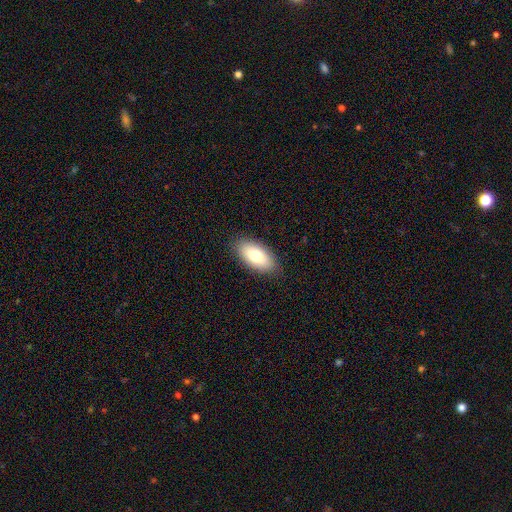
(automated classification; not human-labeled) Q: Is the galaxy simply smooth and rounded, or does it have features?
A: smooth — 77%.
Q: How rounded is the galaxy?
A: in between — 92%.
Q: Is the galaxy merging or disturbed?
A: none — 87%.